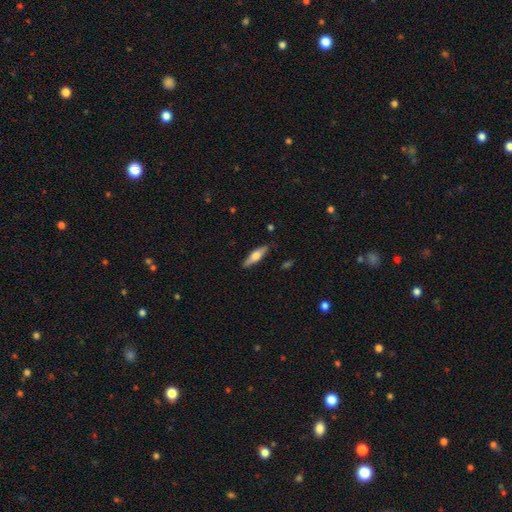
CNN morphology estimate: smooth_or_featured: smooth (p=0.51) [alt: featured or disk p=0.43]
how_rounded: cigar-shaped (p=0.62) [alt: in between p=0.36]
merging: none (p=0.87) [alt: minor disturbance p=0.10]